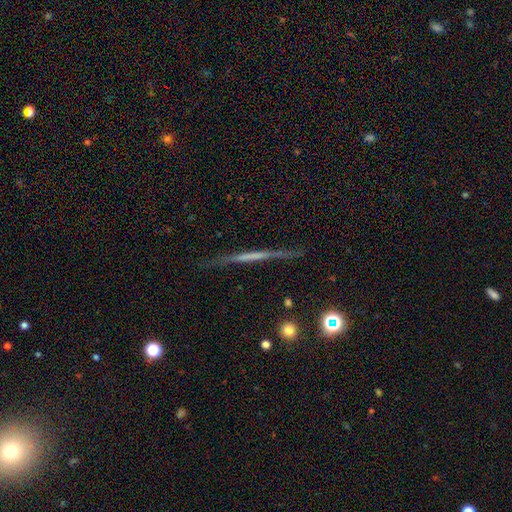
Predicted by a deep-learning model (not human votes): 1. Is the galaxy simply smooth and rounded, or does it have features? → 64% featured or disk, 26% smooth, 9% star or artifact.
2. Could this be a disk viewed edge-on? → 95% yes, 5% no.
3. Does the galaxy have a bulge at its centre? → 81% none, 10% rounded, 9% boxy.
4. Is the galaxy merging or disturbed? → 83% none, 12% minor disturbance, 4% major disturbance, 2% merger.